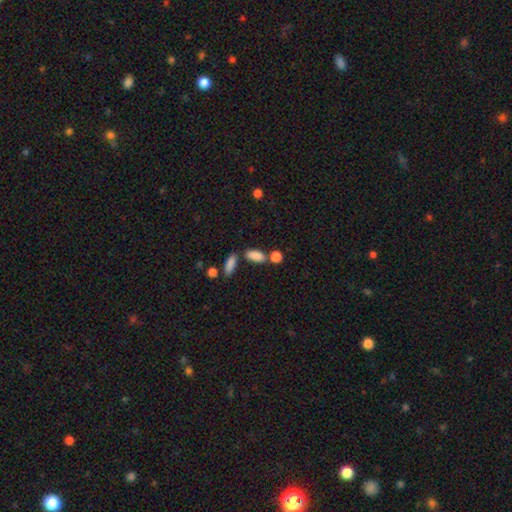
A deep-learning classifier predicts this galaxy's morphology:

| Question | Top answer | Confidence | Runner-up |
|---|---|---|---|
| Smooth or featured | smooth | 86% | star or artifact (9%) |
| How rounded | in between | 78% | cigar-shaped (15%) |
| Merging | none | 63% | merger (20%) |